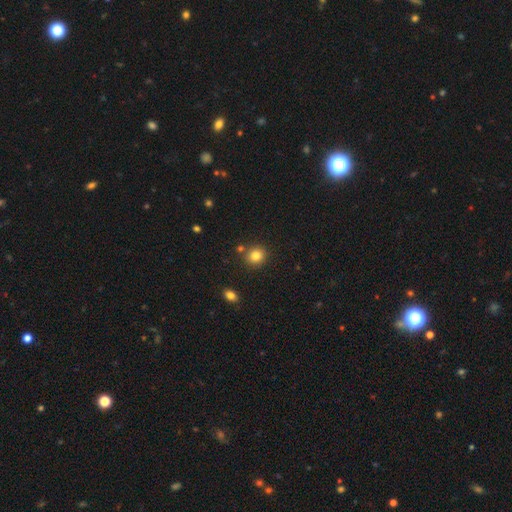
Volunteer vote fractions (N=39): smooth 87%, star or artifact 8%, featured or disk 5%. Down the decision tree: how rounded — round (85%); merging — none (81%).